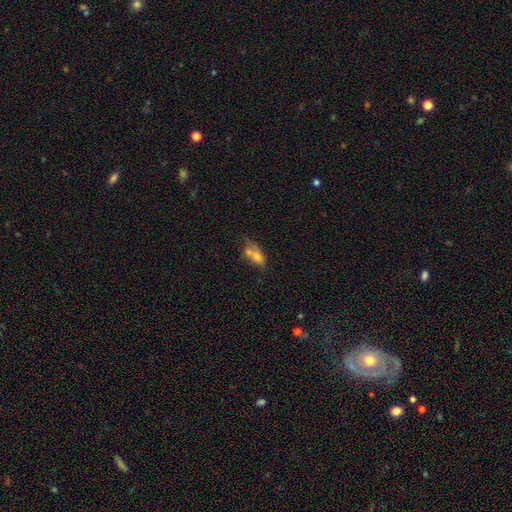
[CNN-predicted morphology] Smooth or featured?
  - smooth: 65% *
  - featured or disk: 25%
  - star or artifact: 11%
How rounded?
  - in between: 78% *
  - cigar-shaped: 12%
  - round: 10%
Merging?
  - merger: 48% *
  - none: 24%
  - minor disturbance: 14%
  - major disturbance: 13%